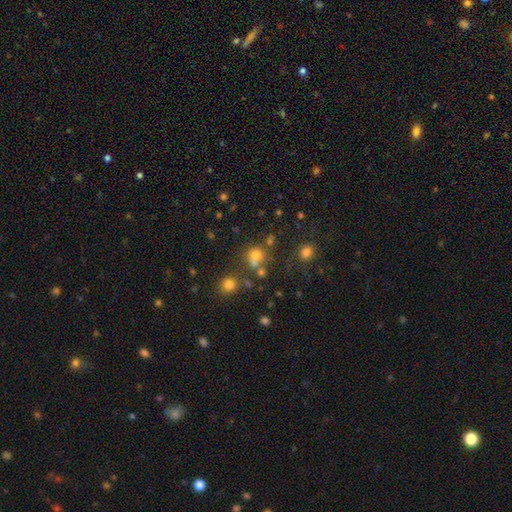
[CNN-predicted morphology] Smooth or featured?
  - smooth: 68% *
  - star or artifact: 22%
  - featured or disk: 10%
How rounded?
  - round: 82% *
  - in between: 17%
  - cigar-shaped: 1%
Merging?
  - none: 52% *
  - merger: 33%
  - minor disturbance: 9%
  - major disturbance: 5%